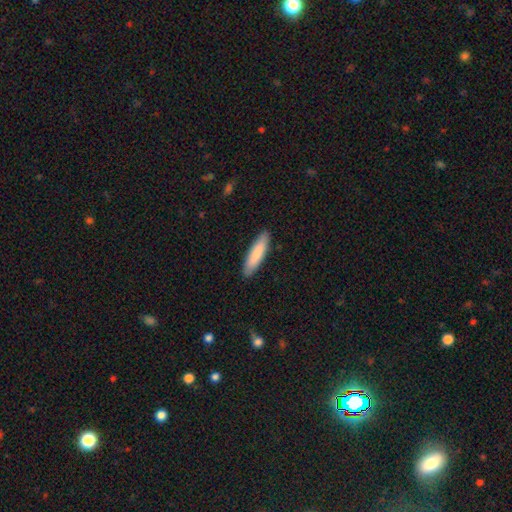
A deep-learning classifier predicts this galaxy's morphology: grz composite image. It shows a smooth galaxy with no disk features (85%) that is cigar-shaped (74%). Merging: none (90%).